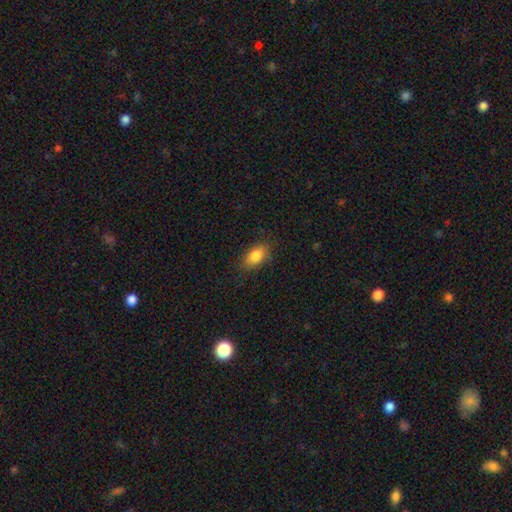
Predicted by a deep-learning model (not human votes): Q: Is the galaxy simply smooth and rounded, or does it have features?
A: smooth — 84%.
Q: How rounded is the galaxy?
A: in between — 89%.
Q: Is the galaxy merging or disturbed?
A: none — 82%.